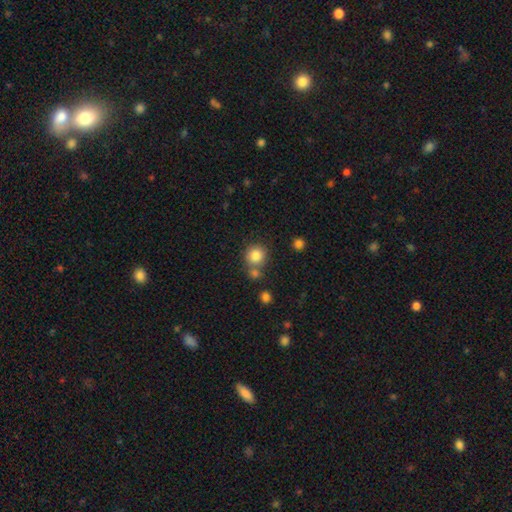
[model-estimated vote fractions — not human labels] Smooth or featured? smooth (82%)
How rounded? round (89%)
Merging? none (65%)